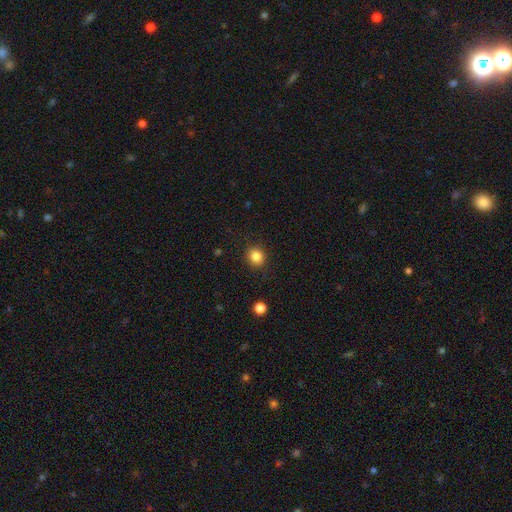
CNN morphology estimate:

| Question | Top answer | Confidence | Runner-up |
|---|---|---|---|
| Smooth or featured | smooth | 84% | star or artifact (11%) |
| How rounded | round | 84% | in between (15%) |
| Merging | none | 90% | minor disturbance (7%) |